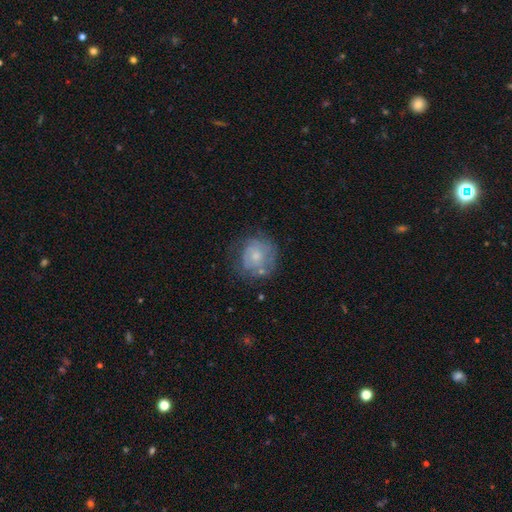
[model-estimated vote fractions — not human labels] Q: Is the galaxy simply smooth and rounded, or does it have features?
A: featured or disk — 49%.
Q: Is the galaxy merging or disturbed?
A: none — 58%.